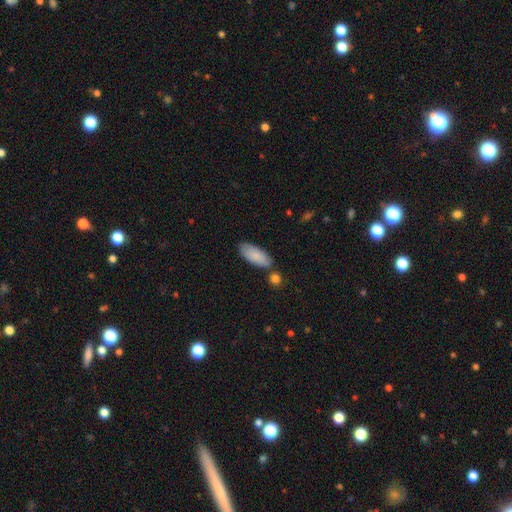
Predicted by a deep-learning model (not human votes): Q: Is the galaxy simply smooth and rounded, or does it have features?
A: smooth — 86%.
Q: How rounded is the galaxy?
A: in between — 85%.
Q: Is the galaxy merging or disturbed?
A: none — 71%.